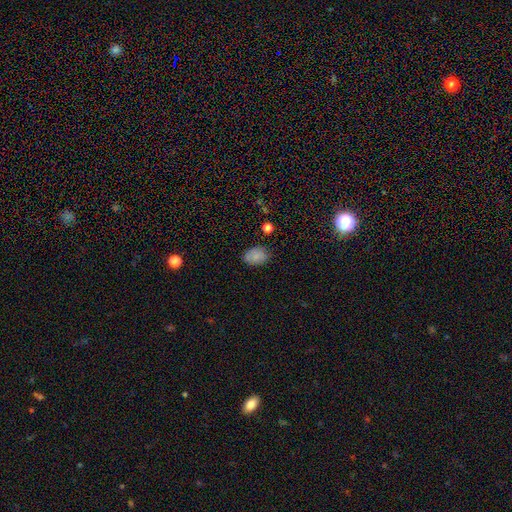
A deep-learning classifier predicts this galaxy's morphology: smooth 83%, star or artifact 9%, featured or disk 8%. Down the decision tree: how rounded — in between (82%); merging — none (77%).